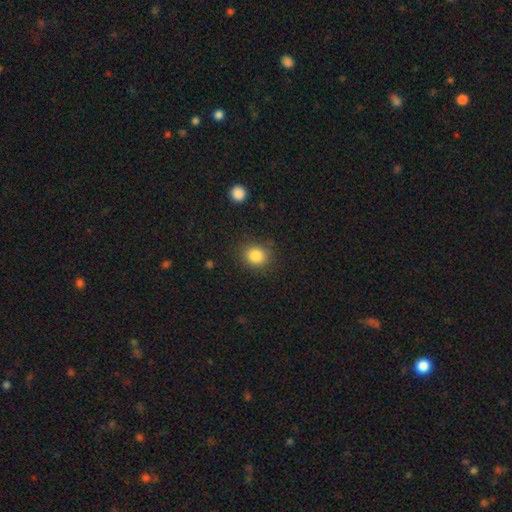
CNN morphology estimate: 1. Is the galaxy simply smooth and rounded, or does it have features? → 85% smooth, 10% star or artifact, 5% featured or disk.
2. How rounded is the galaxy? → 80% round, 20% in between, 1% cigar-shaped.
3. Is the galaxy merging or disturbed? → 84% none, 10% minor disturbance, 4% major disturbance, 2% merger.